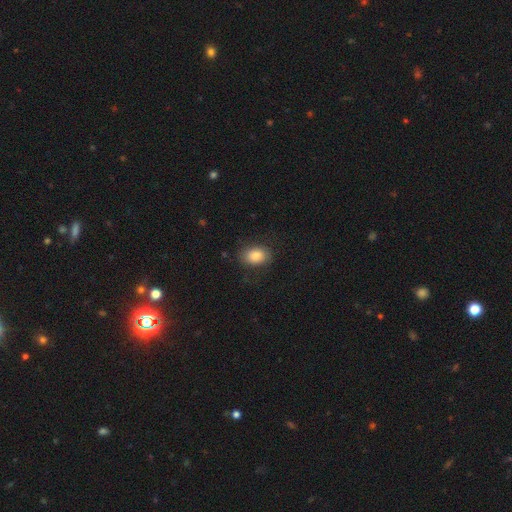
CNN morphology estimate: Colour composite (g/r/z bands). It shows a smooth galaxy with no disk features (84%) that is in between round and cigar-shaped (77%). Merging: none (78%).